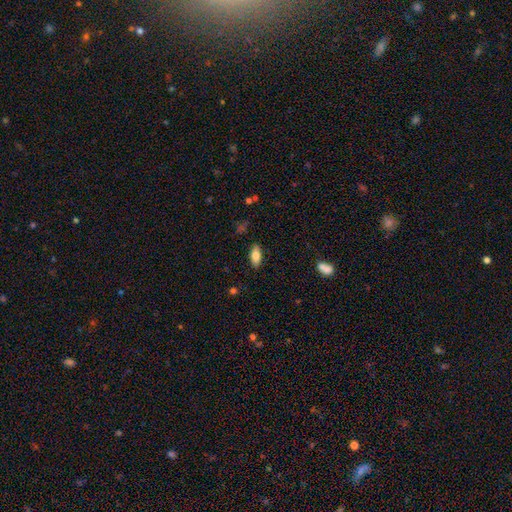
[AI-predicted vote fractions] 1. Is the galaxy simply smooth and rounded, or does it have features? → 77% smooth, 16% featured or disk, 7% star or artifact.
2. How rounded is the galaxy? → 83% in between, 14% cigar-shaped, 2% round.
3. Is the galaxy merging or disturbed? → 87% none, 10% minor disturbance, 2% major disturbance, 1% merger.